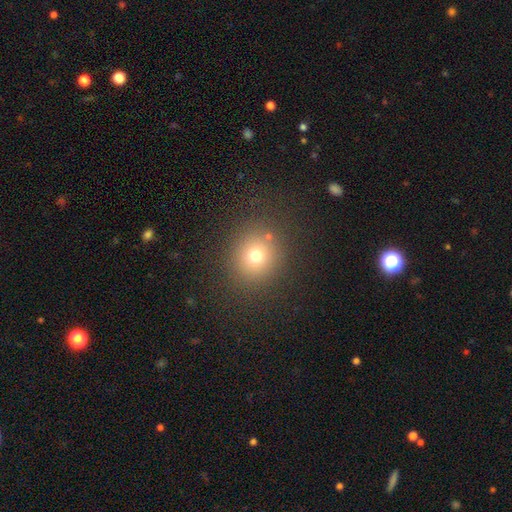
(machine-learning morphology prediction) Smooth or featured? smooth (71%)
How rounded? round (84%)
Merging? none (84%)